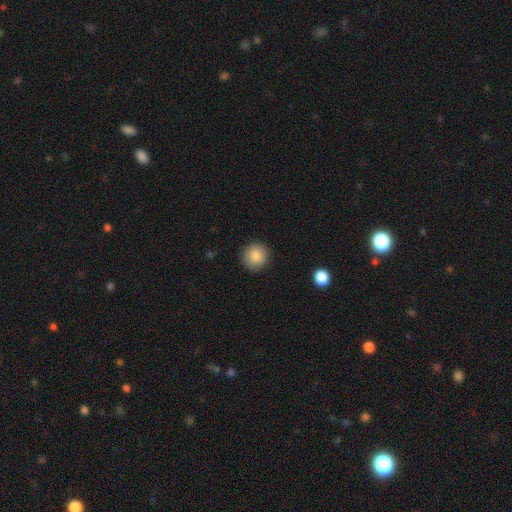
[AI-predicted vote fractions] Smooth or featured? smooth (87%)
How rounded? round (93%)
Merging? none (90%)